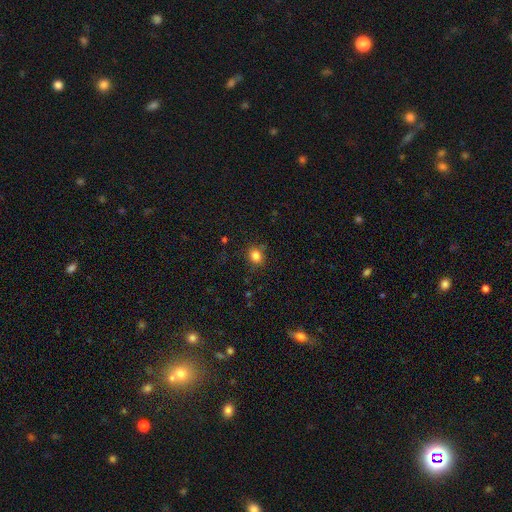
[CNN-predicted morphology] smooth-or-featured: smooth: 82% | star or artifact: 12% | featured or disk: 5%
  how-rounded: round: 69% | in between: 30% | cigar-shaped: 1%
  merging: none: 81% | minor disturbance: 12% | major disturbance: 4% | merger: 3%